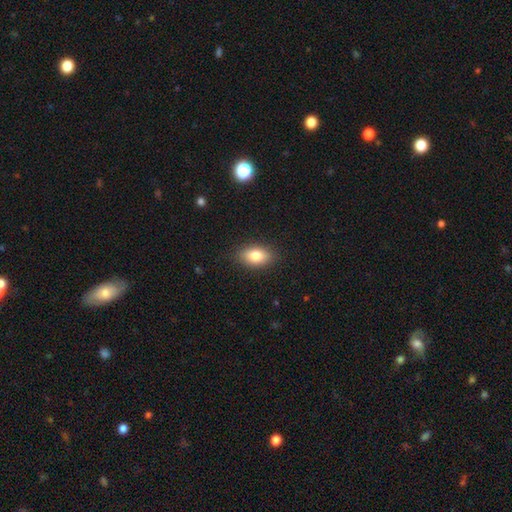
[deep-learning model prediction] smooth_or_featured: smooth (p=0.80) [alt: featured or disk p=0.12]
how_rounded: in between (p=0.88) [alt: round p=0.10]
merging: none (p=0.87) [alt: minor disturbance p=0.09]